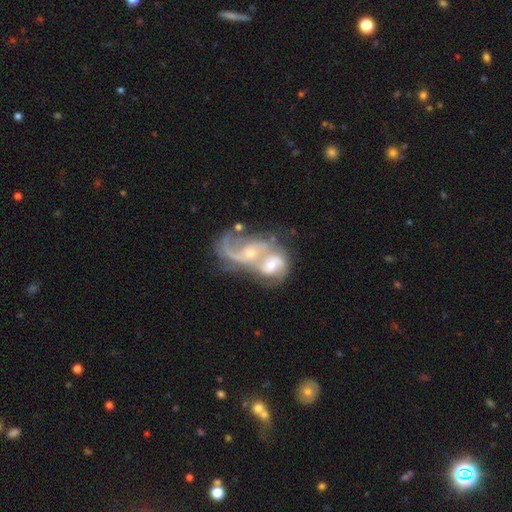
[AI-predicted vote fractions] Morphology: type=featured or disk (76%); edge-on=no (96%); bar=no (54%); spiral arms=yes (81%); winding=loose (50%); arm count=2 (54%); bulge=moderate (48%); merging=merger (74%).